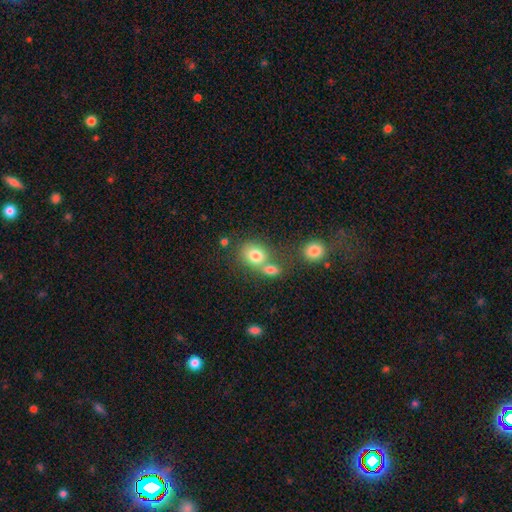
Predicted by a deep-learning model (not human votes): Morphology: type=smooth (79%); roundness=round (59%); merging=none (43%).